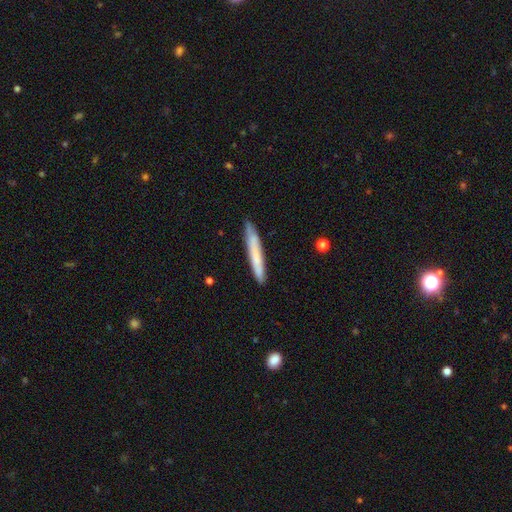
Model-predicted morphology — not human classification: Q: Smooth or featured?
A: smooth (67%); runner-up: featured or disk (27%)
Q: How rounded?
A: cigar-shaped (96%); runner-up: in between (3%)
Q: Merging?
A: none (85%); runner-up: minor disturbance (12%)